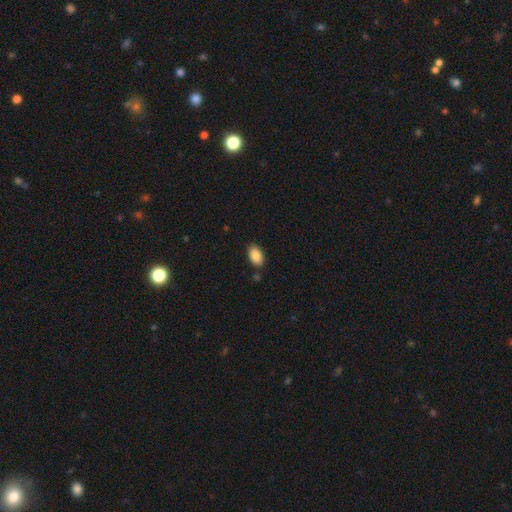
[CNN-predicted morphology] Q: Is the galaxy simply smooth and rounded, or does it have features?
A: smooth — 88%.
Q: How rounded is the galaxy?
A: in between — 93%.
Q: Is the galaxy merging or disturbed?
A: none — 85%.